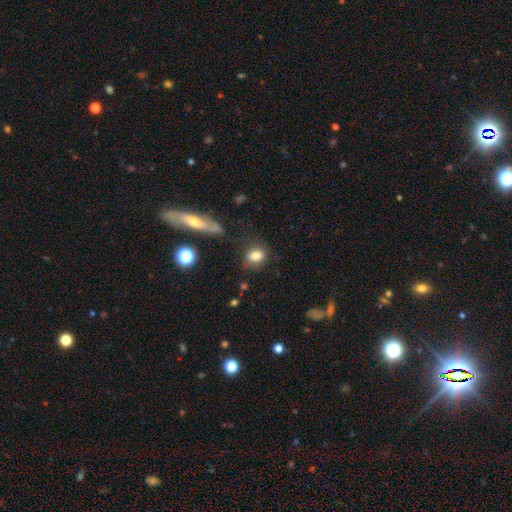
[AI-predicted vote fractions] A smooth galaxy with no disk features (79%) that is in between round and cigar-shaped (55%). Merging: none (70%).